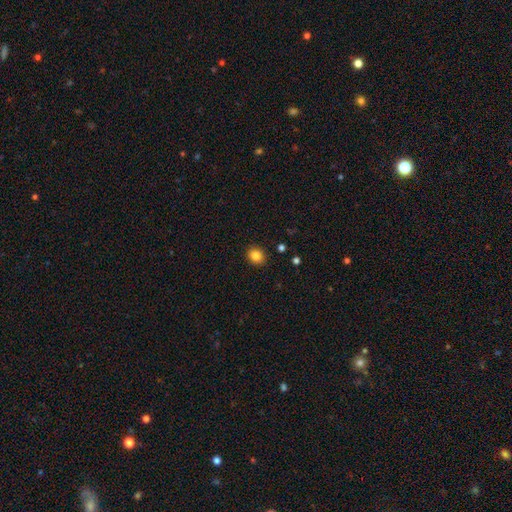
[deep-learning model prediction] A smooth galaxy with no disk features (84%) that is round (68%). Merging: none (90%).